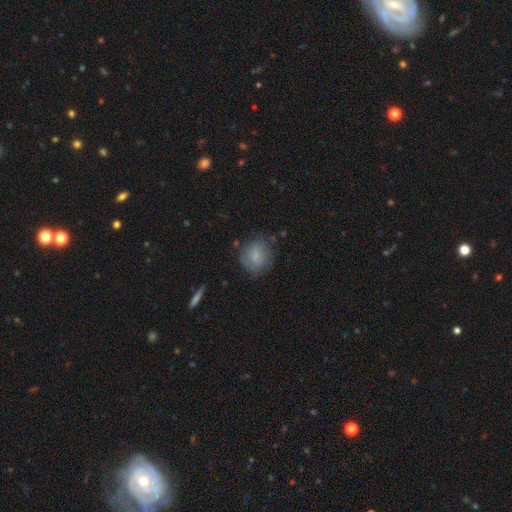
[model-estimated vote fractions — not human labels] A smooth galaxy with no disk features (73%) that is round (78%). Merging: none (70%).